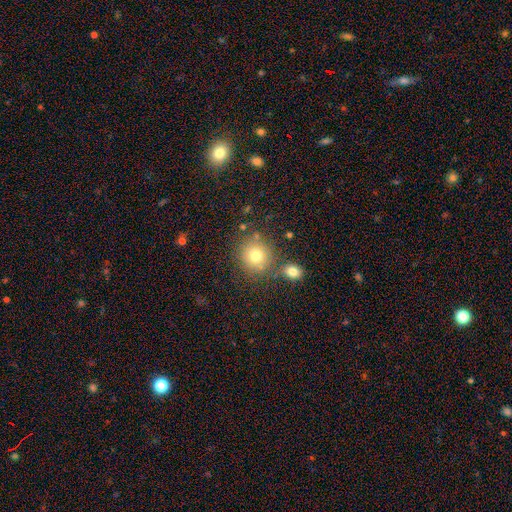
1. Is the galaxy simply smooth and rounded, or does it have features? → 76% smooth, 19% featured or disk, 5% star or artifact.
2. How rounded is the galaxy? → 93% round, 7% in between, 0% cigar-shaped.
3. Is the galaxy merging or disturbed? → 63% none, 23% merger, 11% minor disturbance, 3% major disturbance.